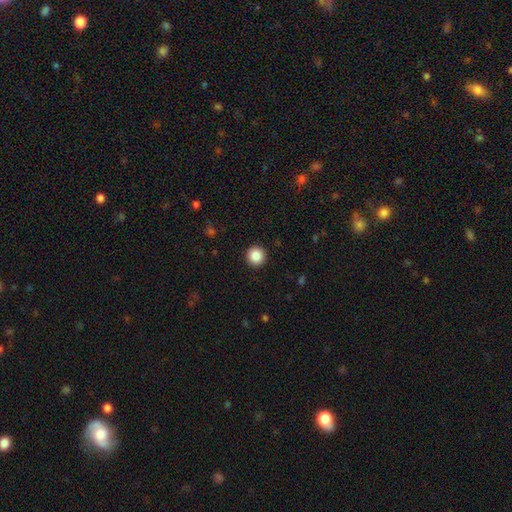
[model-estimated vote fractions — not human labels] Smooth or featured: smooth — 87% (star or artifact — 9%)
How rounded: round — 96% (in between — 3%)
Merging: none — 93% (minor disturbance — 4%)